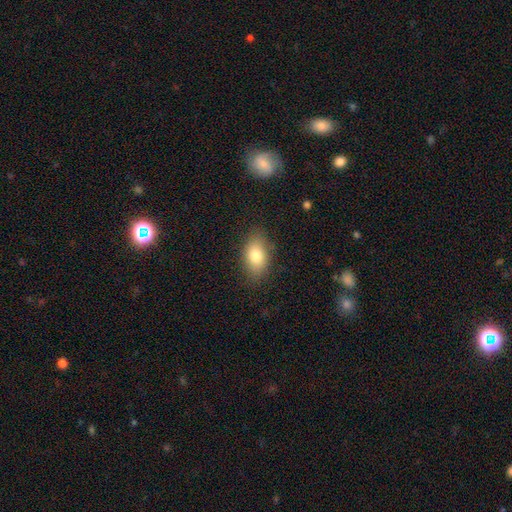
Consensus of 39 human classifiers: This is clearly a smooth galaxy (85%). How rounded: clearly in between (82%). Merging: likely none (73%).